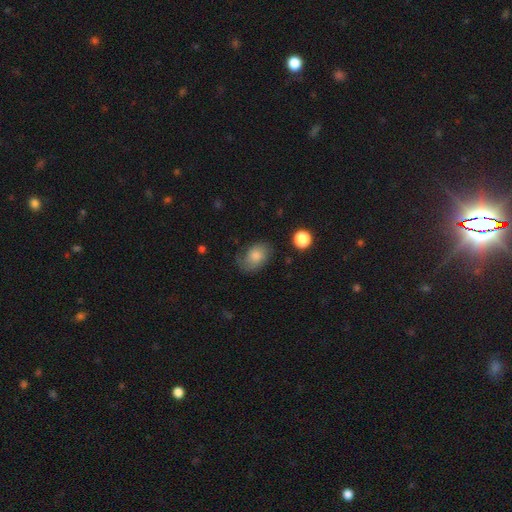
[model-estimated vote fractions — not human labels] smooth-or-featured: smooth: 71% | featured or disk: 20% | star or artifact: 9%
  how-rounded: in between: 78% | round: 21% | cigar-shaped: 1%
  merging: none: 57% | minor disturbance: 28% | major disturbance: 13% | merger: 2%